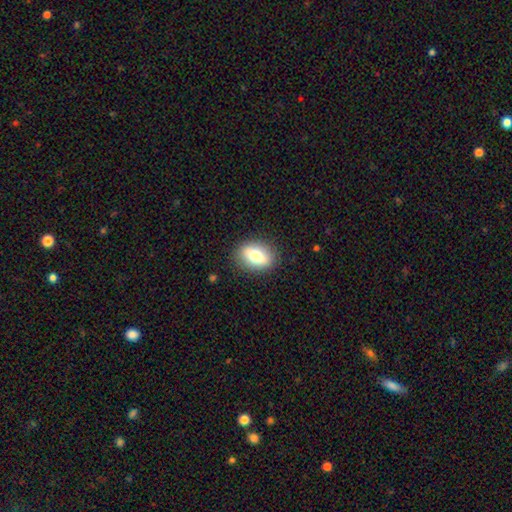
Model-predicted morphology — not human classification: Smooth or featured? Predicted: smooth (p=0.74). How rounded? Predicted: in between (p=0.79). Merging? Predicted: none (p=0.86).